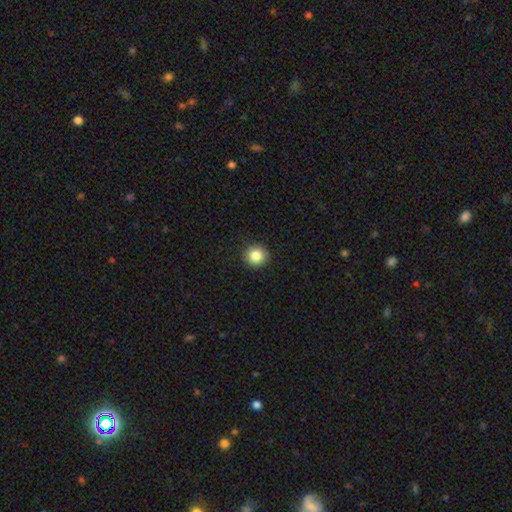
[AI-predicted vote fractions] A smooth galaxy with no disk features (85%) that is round (94%).

Vote fractions:
- Smooth or featured? smooth: 85% / star or artifact: 10% / featured or disk: 5%
- How rounded? round: 94% / in between: 5% / cigar-shaped: 1%
- Merging? none: 92% / minor disturbance: 6% / major disturbance: 2% / merger: 1%